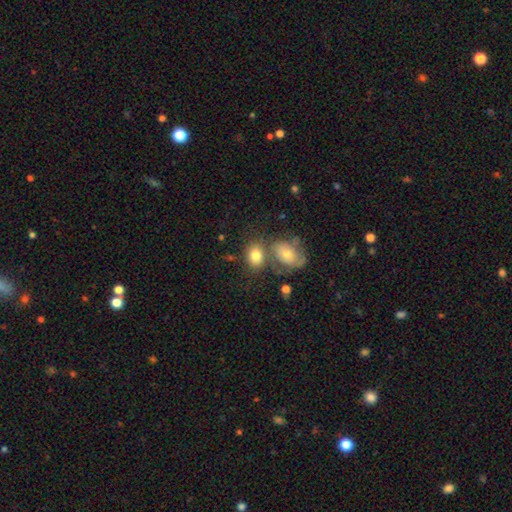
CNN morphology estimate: Smooth or featured: smooth — 75% (featured or disk — 17%)
How rounded: in between — 69% (round — 30%)
Merging: none — 45% (merger — 35%)